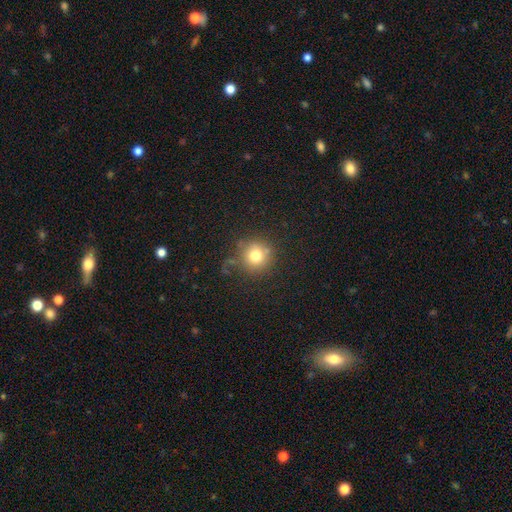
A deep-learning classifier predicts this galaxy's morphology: smooth-or-featured: smooth: 76% | star or artifact: 14% | featured or disk: 10%
  how-rounded: round: 93% | in between: 6% | cigar-shaped: 1%
  merging: none: 78% | minor disturbance: 13% | major disturbance: 5% | merger: 4%